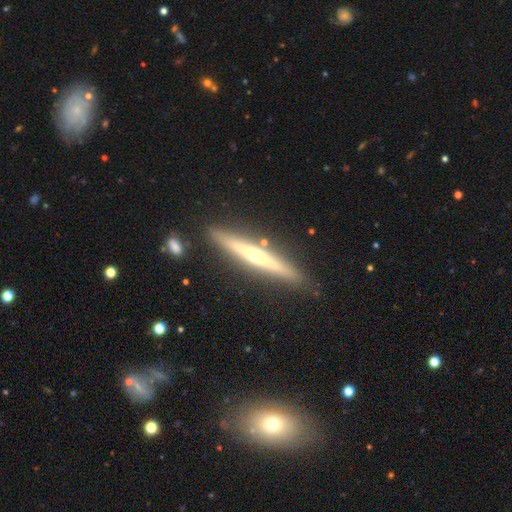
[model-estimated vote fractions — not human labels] featured or disk 67%, smooth 26%, star or artifact 7%. Down the decision tree: edge-on disk — yes (95%); edge-on bulge — rounded (77%); merging — none (86%).